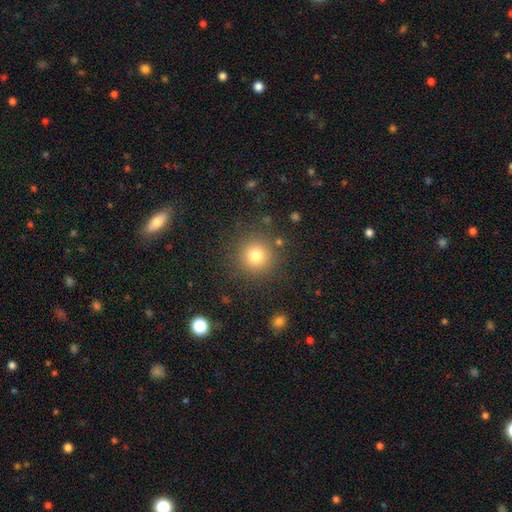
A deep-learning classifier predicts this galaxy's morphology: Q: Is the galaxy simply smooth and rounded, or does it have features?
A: smooth — 78%.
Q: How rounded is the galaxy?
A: round — 94%.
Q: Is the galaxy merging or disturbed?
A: none — 87%.